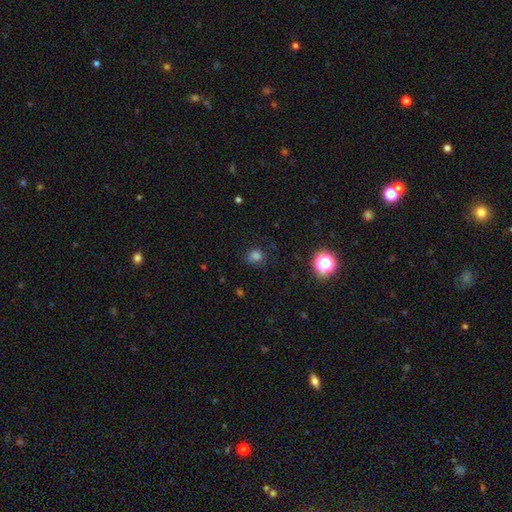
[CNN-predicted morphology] A smooth galaxy with no disk features (76%) that is round (71%).

Vote fractions:
- Smooth or featured? smooth: 76% / star or artifact: 19% / featured or disk: 5%
- How rounded? round: 71% / in between: 28% / cigar-shaped: 1%
- Merging? none: 71% / minor disturbance: 19% / major disturbance: 7% / merger: 3%